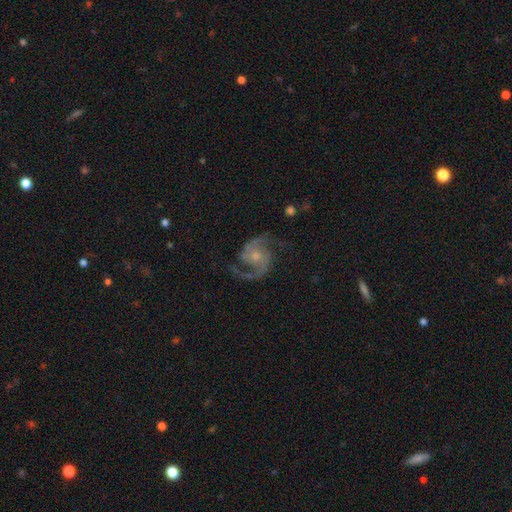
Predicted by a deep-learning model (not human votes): Q: Smooth or featured?
A: featured or disk (91%); runner-up: star or artifact (5%)
Q: Edge-on disk?
A: no (98%); runner-up: yes (2%)
Q: Bar?
A: no (66%); runner-up: weak (28%)
Q: Spiral arms?
A: yes (98%); runner-up: no (2%)
Q: Spiral winding?
A: medium (58%); runner-up: loose (30%)
Q: Spiral arm count?
A: 2 (93%); runner-up: can't tell (2%)
Q: Bulge size?
A: small (45%); tied with: moderate (45%)
Q: Merging?
A: none (75%); runner-up: minor disturbance (15%)